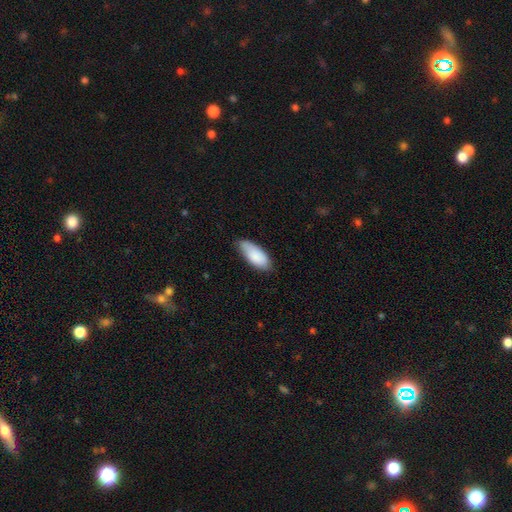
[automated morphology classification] Smooth or featured: smooth — 86% (featured or disk — 8%)
How rounded: in between — 86% (cigar-shaped — 12%)
Merging: none — 69% (minor disturbance — 27%)